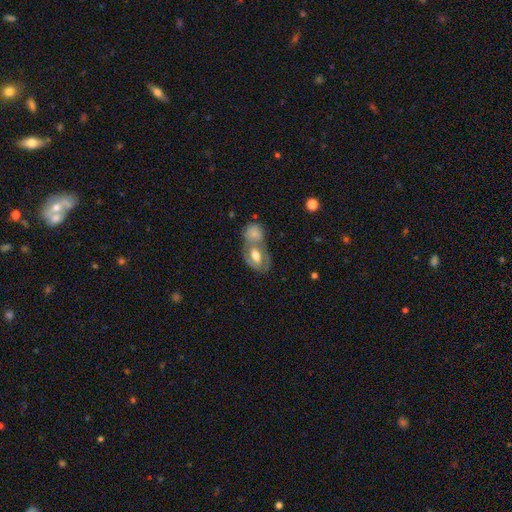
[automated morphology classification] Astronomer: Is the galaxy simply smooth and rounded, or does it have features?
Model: smooth — 49% (runner-up: featured or disk, 45%).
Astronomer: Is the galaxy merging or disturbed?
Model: merger — 51% (runner-up: none, 31%).